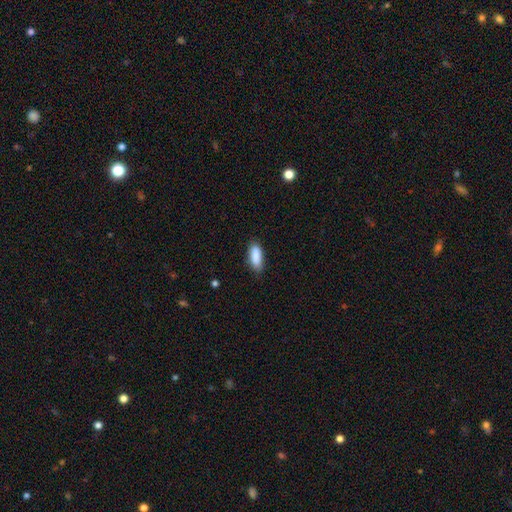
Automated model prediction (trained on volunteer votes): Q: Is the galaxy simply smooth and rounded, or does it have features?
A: smooth — 89%.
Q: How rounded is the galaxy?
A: in between — 75%.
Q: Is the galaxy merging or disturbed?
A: none — 80%.